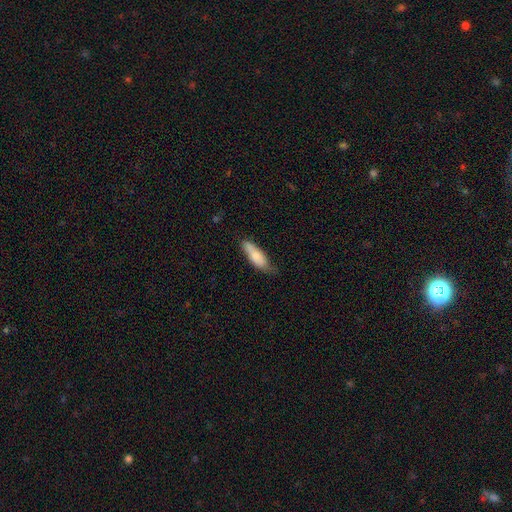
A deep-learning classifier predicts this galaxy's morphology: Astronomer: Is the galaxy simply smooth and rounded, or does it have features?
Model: smooth — 77%.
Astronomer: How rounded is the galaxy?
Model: in between — 55% (runner-up: cigar-shaped, 44%).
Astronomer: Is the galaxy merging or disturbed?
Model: none — 58%.